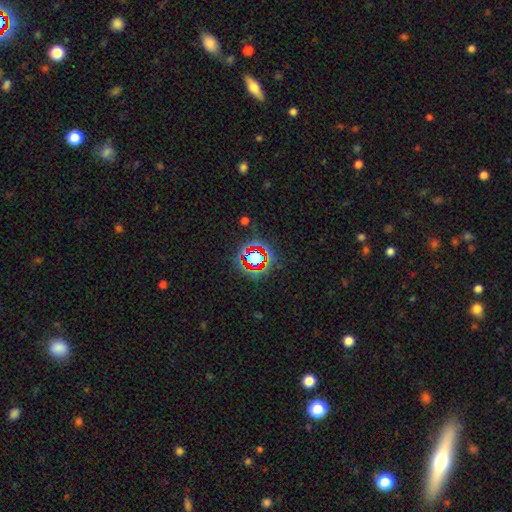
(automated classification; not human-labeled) smooth-or-featured: star or artifact: 70% | smooth: 18% | featured or disk: 12%